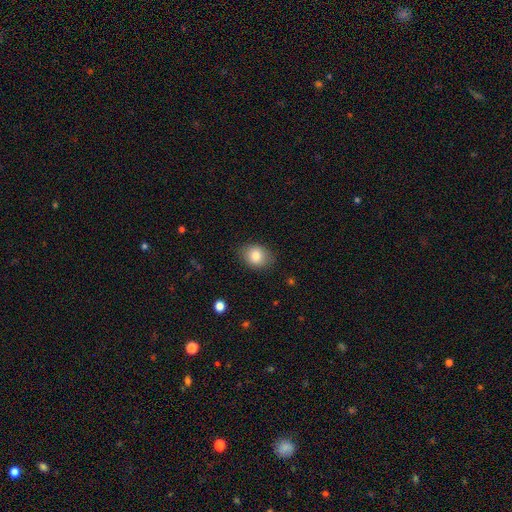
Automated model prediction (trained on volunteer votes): Smooth or featured? Predicted: smooth (p=0.82). How rounded? Predicted: in between (p=0.56). Merging? Predicted: none (p=0.82).